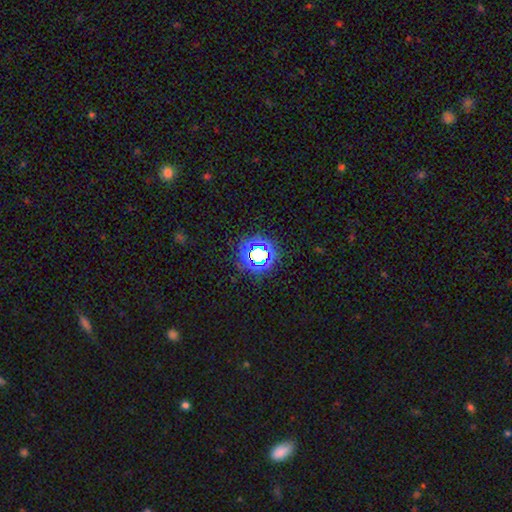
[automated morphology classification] smooth-or-featured: star or artifact: 68% | smooth: 21% | featured or disk: 11%